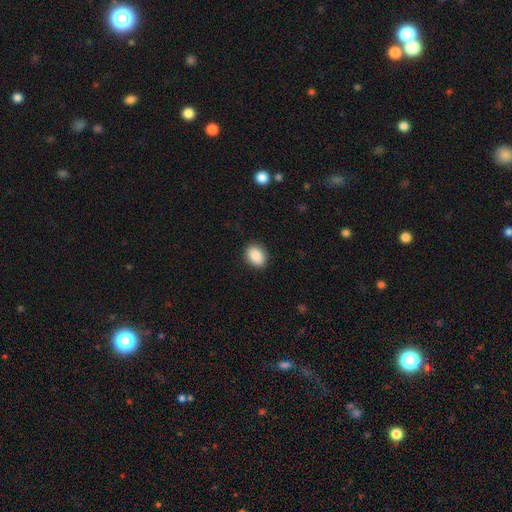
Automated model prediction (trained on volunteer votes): Morphology: type=smooth (89%); roundness=in between (76%); merging=none (88%).